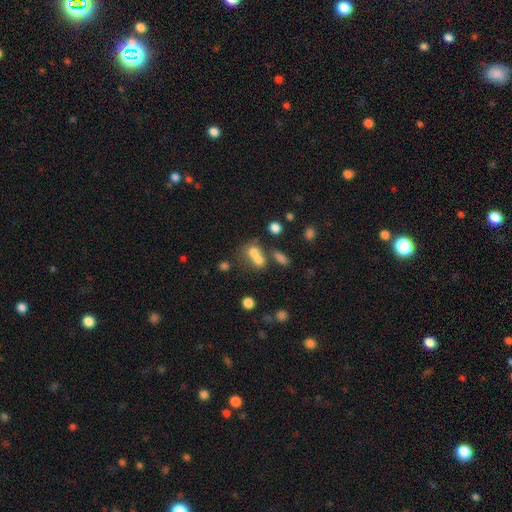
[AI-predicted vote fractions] Overall: smooth (68%). How rounded: round (56%; in between 42%). Merging: merger (58%; none 28%).